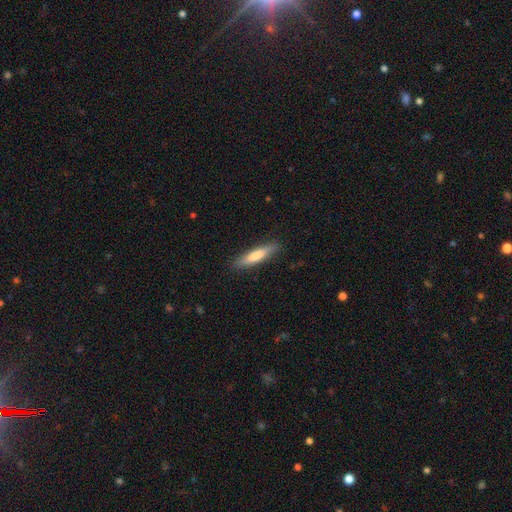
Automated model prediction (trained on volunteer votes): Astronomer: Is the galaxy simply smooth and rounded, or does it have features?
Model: smooth — 70%.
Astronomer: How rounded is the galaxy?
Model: cigar-shaped — 83%.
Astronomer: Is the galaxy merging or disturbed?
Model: none — 88%.